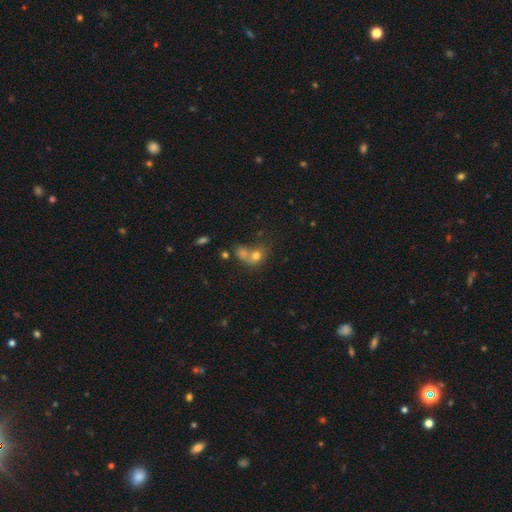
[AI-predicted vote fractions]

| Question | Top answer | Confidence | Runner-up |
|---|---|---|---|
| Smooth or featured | smooth | 64% | star or artifact (18%) |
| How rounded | round | 61% | in between (37%) |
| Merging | merger | 57% | none (27%) |